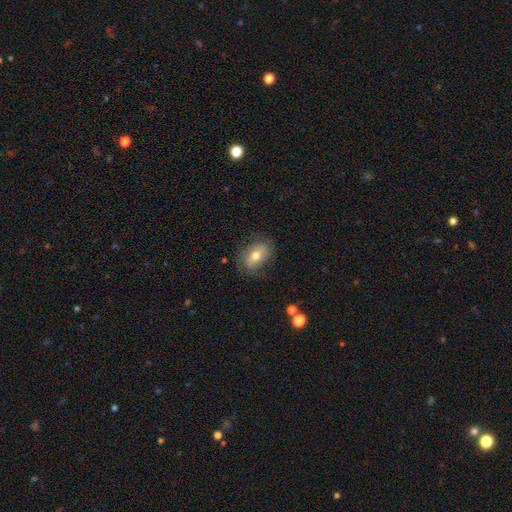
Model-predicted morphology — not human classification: smooth_or_featured: smooth (p=0.51) [alt: featured or disk p=0.40]
how_rounded: in between (p=0.79) [alt: round p=0.19]
merging: none (p=0.70) [alt: minor disturbance p=0.20]